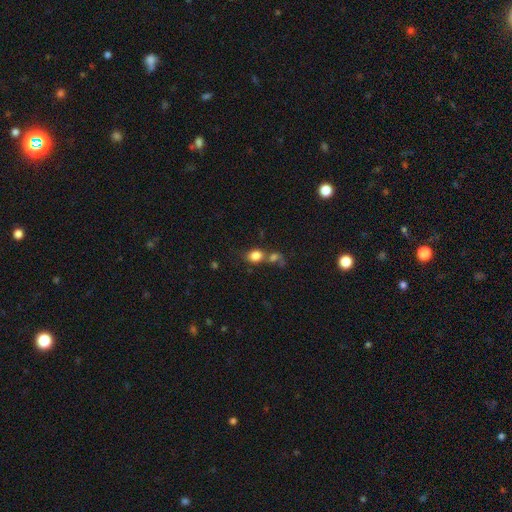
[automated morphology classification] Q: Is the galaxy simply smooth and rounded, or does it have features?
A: smooth — 81%.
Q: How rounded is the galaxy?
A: round — 51%.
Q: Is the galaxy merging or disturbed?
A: merger — 45%.